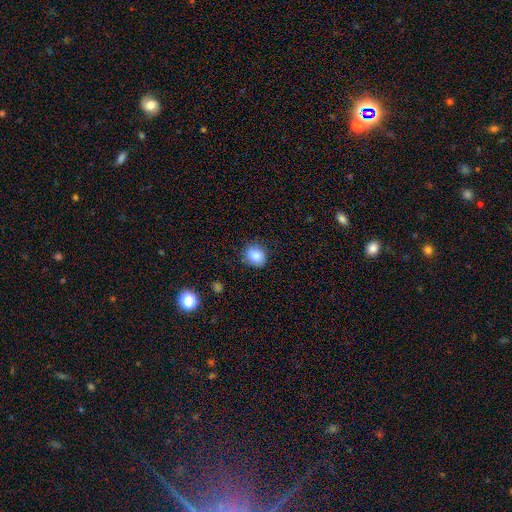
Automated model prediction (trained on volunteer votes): This appears to be a smooth galaxy with no disk features (85%) that is round (65%). Merging: none (80%).